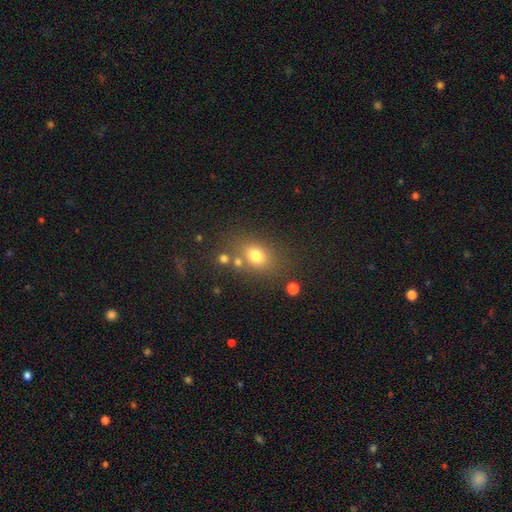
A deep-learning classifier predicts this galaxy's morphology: The model was most divided on "how rounded": in between: 58%, round: 40%, cigar-shaped: 2%. More confident: smooth or featured — smooth (75%); merging — none (67%).